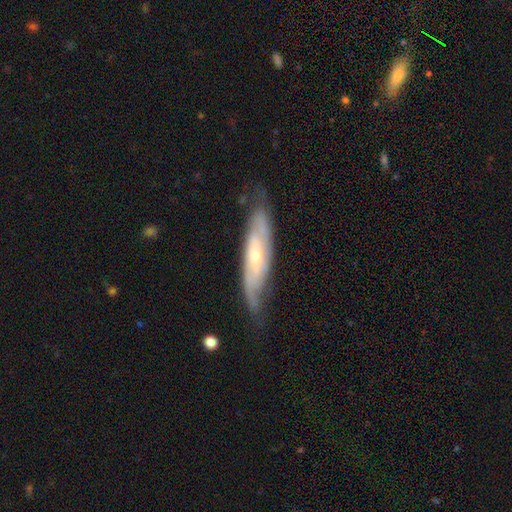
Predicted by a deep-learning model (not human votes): smooth_or_featured: featured or disk (p=0.71) [alt: smooth p=0.23]
disk_edge_on: no (p=0.64) [alt: yes p=0.36]
merging: none (p=0.70) [alt: minor disturbance p=0.22]